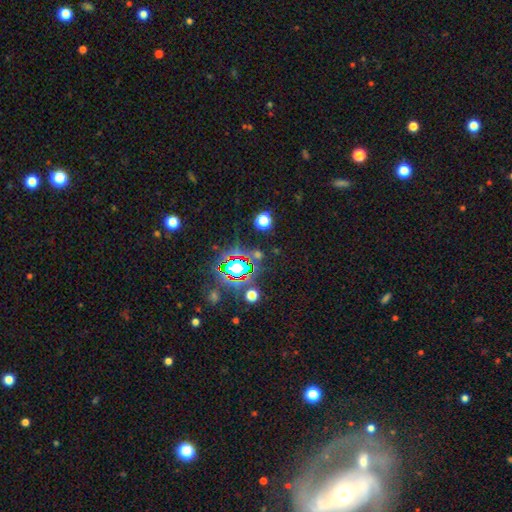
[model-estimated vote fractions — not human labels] A star or artifact, not a galaxy (78%).